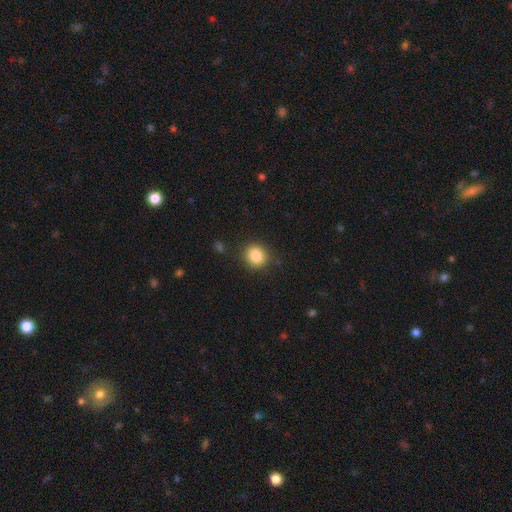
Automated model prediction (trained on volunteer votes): A smooth galaxy with no disk features (85%) that is round (82%). Merging: none (86%).